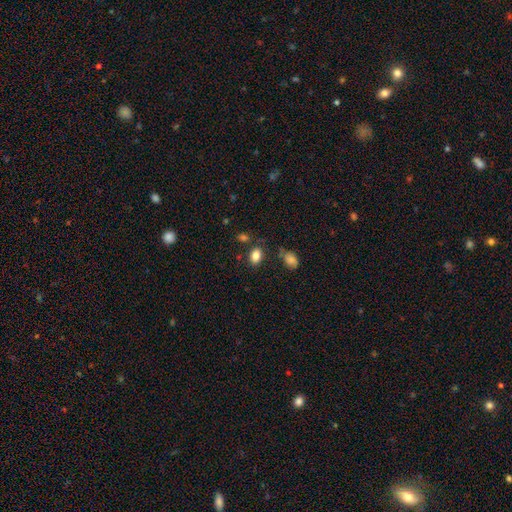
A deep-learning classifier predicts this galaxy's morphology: smooth-or-featured: smooth: 83% | star or artifact: 10% | featured or disk: 6%
  how-rounded: in between: 81% | round: 18% | cigar-shaped: 1%
  merging: none: 77% | minor disturbance: 14% | merger: 5% | major disturbance: 4%